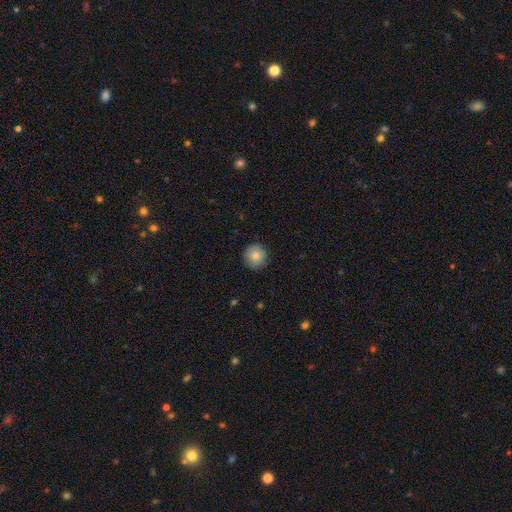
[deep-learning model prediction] Smooth or featured: smooth — 80% (featured or disk — 11%)
How rounded: round — 95% (in between — 4%)
Merging: none — 90% (minor disturbance — 7%)